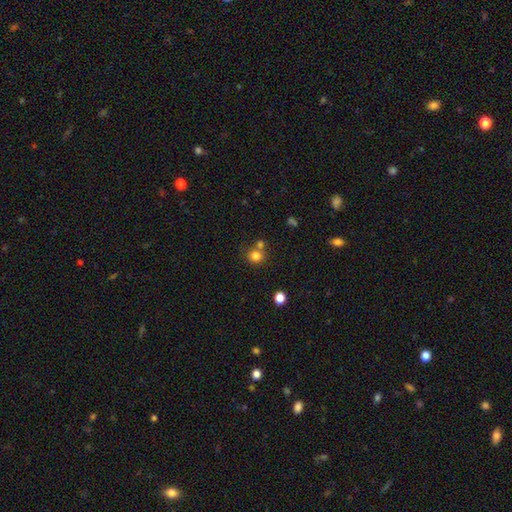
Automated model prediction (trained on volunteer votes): The model was most divided on "merging": none: 62%, merger: 25%, minor disturbance: 9%, major disturbance: 3%. More confident: how rounded — round (85%); smooth or featured — smooth (79%).